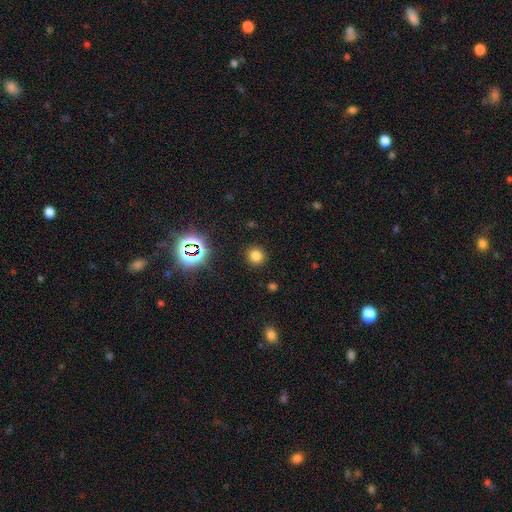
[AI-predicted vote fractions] This appears to be a smooth galaxy with no disk features (75%) that is round (91%). Merging: none (90%).